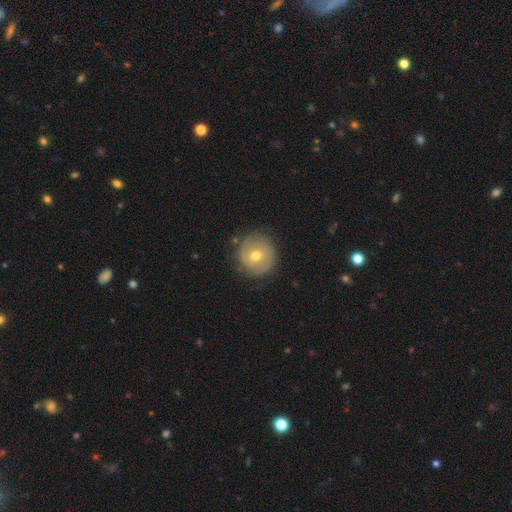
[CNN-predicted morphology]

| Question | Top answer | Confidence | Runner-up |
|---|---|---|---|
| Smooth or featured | featured or disk | 49% | smooth (43%) |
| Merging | none | 81% | minor disturbance (14%) |